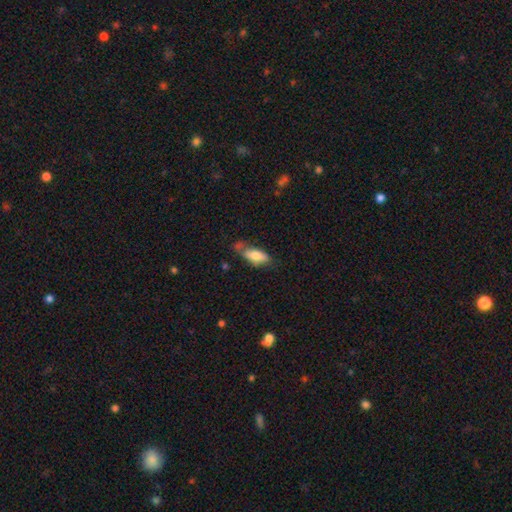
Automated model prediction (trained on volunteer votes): This is likely a smooth galaxy (72%). How rounded: likely in between (79%). Merging: possibly none (48%).